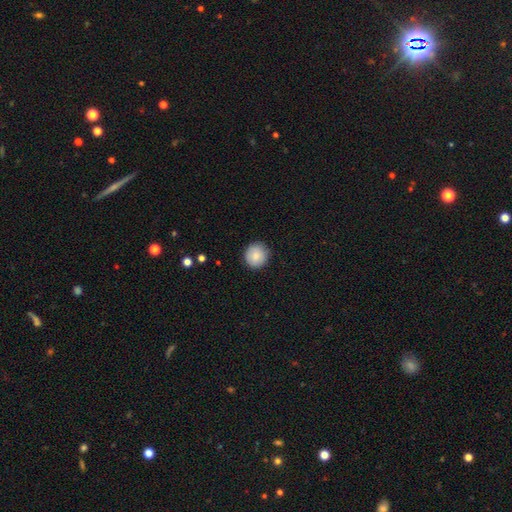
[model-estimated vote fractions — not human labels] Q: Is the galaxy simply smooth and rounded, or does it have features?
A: smooth — 85%.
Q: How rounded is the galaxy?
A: round — 93%.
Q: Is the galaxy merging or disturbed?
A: none — 88%.